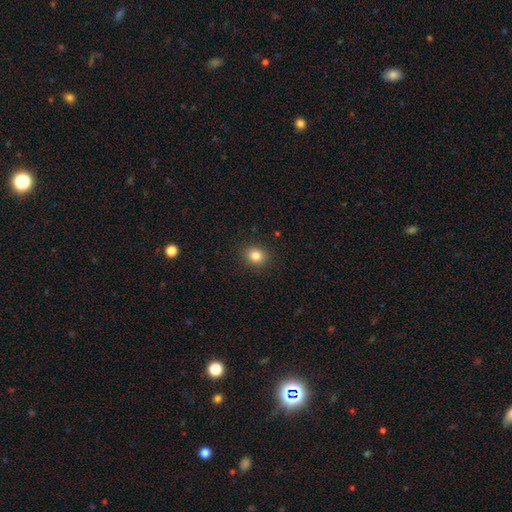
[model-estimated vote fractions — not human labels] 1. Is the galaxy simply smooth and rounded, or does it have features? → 83% smooth, 11% star or artifact, 6% featured or disk.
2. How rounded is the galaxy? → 72% round, 27% in between, 1% cigar-shaped.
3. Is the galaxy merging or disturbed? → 90% none, 7% minor disturbance, 2% major disturbance, 1% merger.